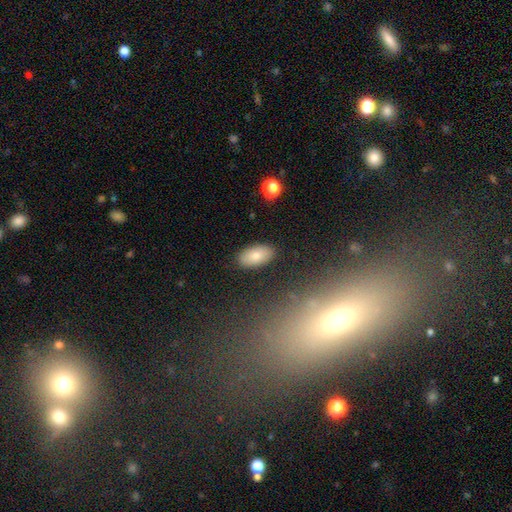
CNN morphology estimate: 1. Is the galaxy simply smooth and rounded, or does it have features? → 80% smooth, 13% featured or disk, 8% star or artifact.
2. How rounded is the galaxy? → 94% in between, 3% round, 3% cigar-shaped.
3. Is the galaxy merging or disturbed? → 87% none, 9% minor disturbance, 2% major disturbance, 2% merger.